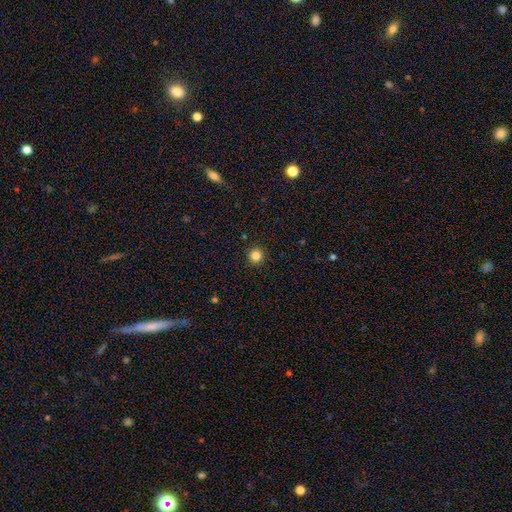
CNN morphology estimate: Overall: smooth (84%). How rounded: round (96%). Merging: none (93%).